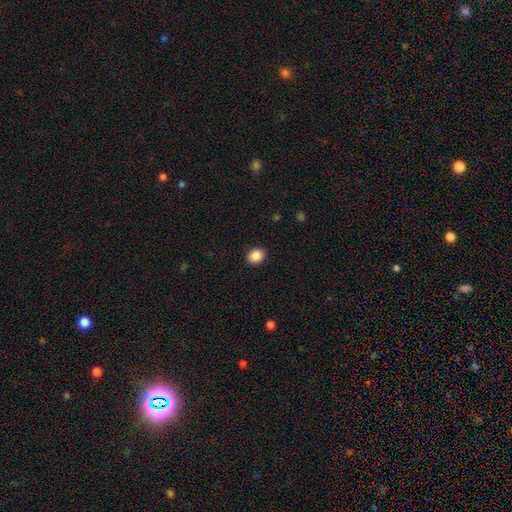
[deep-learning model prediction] smooth 87%, star or artifact 9%, featured or disk 4%. Down the decision tree: how rounded — round (60%); merging — none (90%).